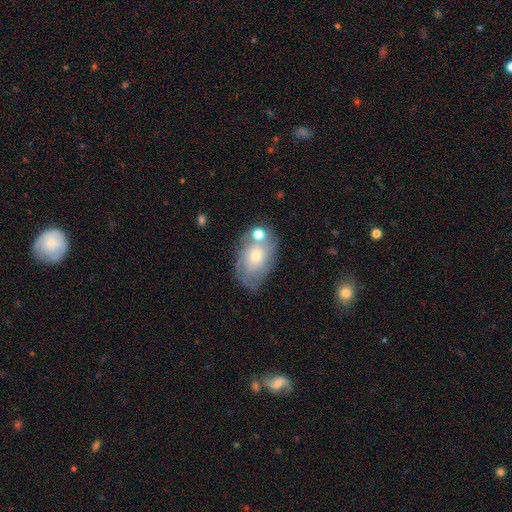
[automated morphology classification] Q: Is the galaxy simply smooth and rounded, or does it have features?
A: smooth — 47%.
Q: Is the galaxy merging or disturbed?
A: none — 54%.